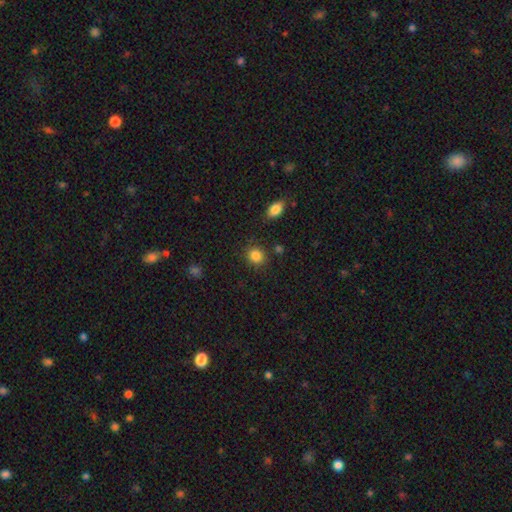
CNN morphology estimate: Smooth or featured? smooth (86%)
How rounded? round (79%)
Merging? none (85%)